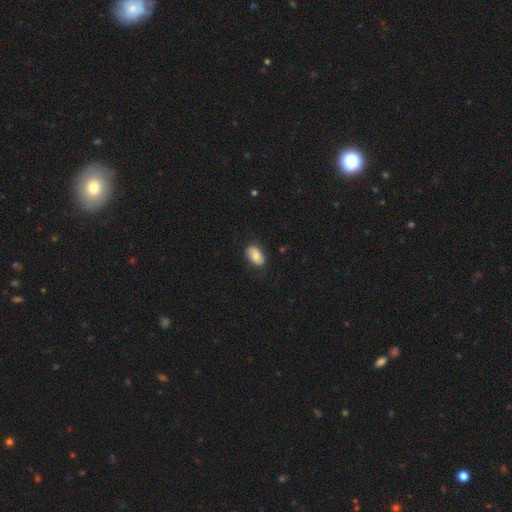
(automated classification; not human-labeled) Smooth or featured? Predicted: smooth (p=0.79). How rounded? Predicted: in between (p=0.93). Merging? Predicted: none (p=0.81).